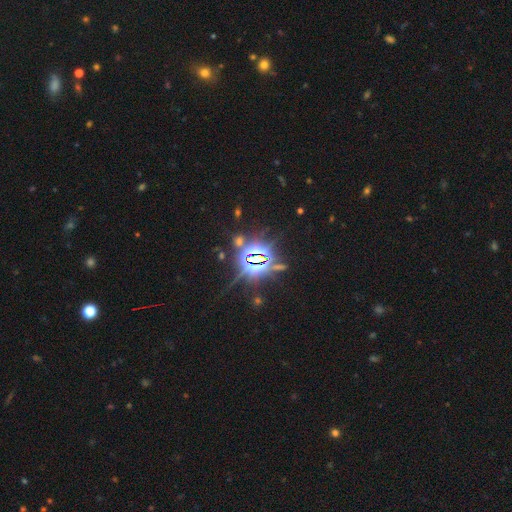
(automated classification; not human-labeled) Smooth or featured?
  - star or artifact: 86% *
  - smooth: 8%
  - featured or disk: 7%